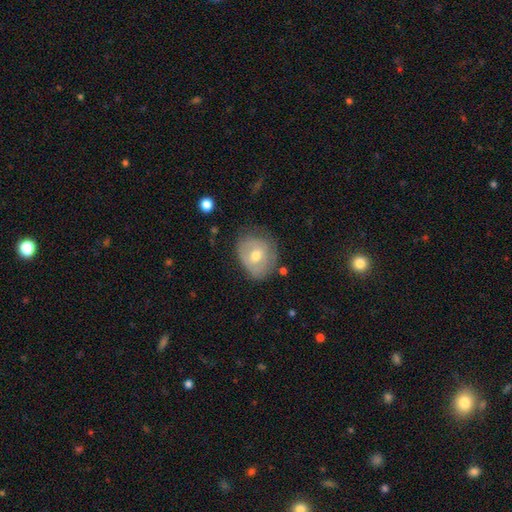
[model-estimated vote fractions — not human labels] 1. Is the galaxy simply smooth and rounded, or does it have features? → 51% smooth, 41% featured or disk, 8% star or artifact.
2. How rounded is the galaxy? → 59% round, 40% in between, 1% cigar-shaped.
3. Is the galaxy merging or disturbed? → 56% none, 31% minor disturbance, 11% major disturbance, 2% merger.